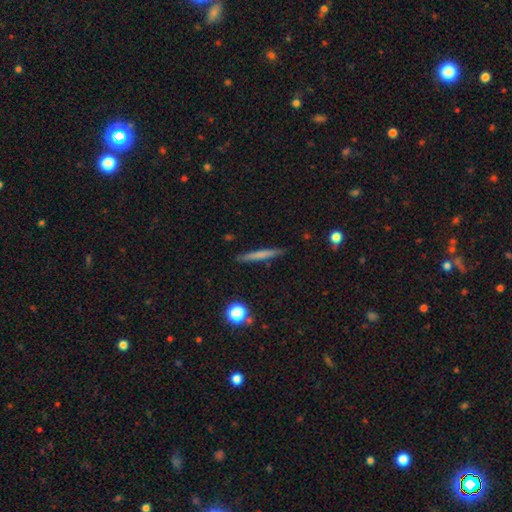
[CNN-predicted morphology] smooth 60%, featured or disk 33%, star or artifact 7%. Down the decision tree: how rounded — cigar-shaped (95%); merging — none (90%).